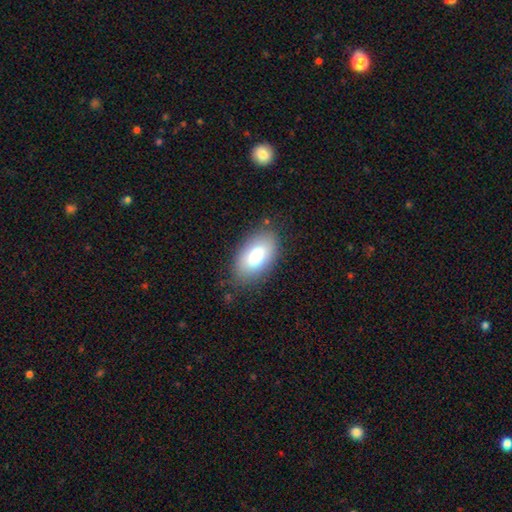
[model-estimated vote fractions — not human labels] smooth_or_featured: smooth (p=0.83) [alt: featured or disk p=0.10]
how_rounded: in between (p=0.94) [alt: round p=0.03]
merging: none (p=0.79) [alt: minor disturbance p=0.15]